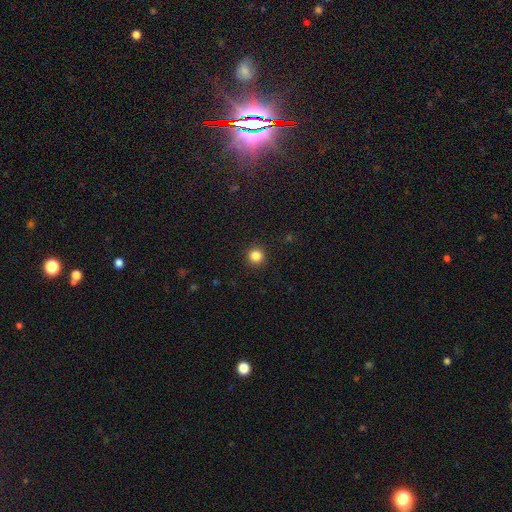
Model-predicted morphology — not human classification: Smooth or featured: smooth — 85% (star or artifact — 12%)
How rounded: round — 95% (in between — 5%)
Merging: none — 93% (minor disturbance — 5%)